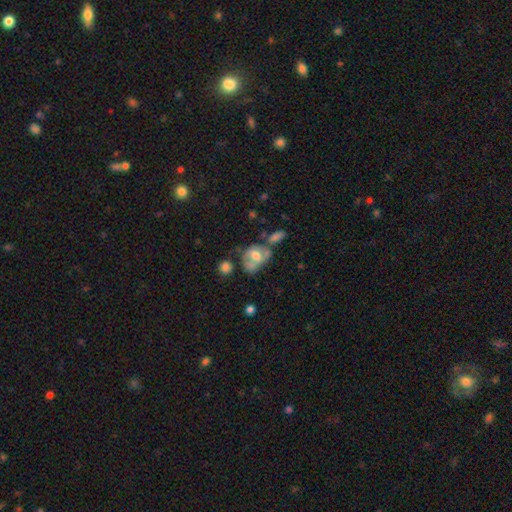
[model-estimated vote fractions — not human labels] A featured or disk galaxy (49%).

Vote fractions:
- Smooth or featured? featured or disk: 49% / smooth: 42% / star or artifact: 9%
- Merging? none: 32% / merger: 29% / minor disturbance: 20% / major disturbance: 19%